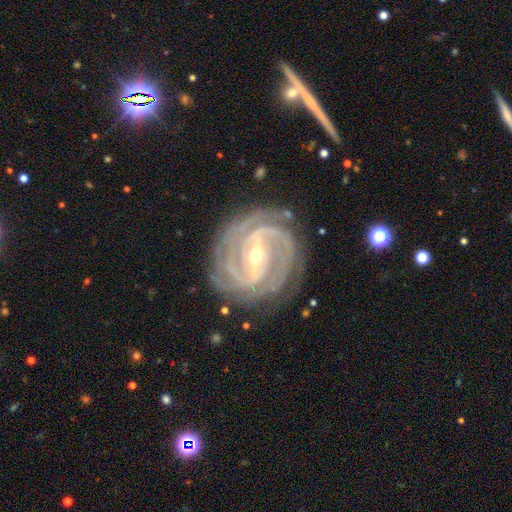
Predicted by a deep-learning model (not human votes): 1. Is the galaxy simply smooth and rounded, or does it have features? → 93% featured or disk, 5% star or artifact, 3% smooth.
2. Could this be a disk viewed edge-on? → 97% no, 3% yes.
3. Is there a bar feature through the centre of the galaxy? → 64% strong, 28% weak, 8% no.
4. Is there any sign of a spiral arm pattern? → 98% yes, 2% no.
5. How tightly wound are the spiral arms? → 72% tight, 24% medium, 3% loose.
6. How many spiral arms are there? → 30% 3, 24% 2, 21% 4, 12% can't tell, 7% more than 4, 6% 1.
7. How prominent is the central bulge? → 57% small, 41% moderate, 1% large, 1% none, 1% dominant.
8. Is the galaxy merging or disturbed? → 81% none, 13% minor disturbance, 4% major disturbance, 1% merger.